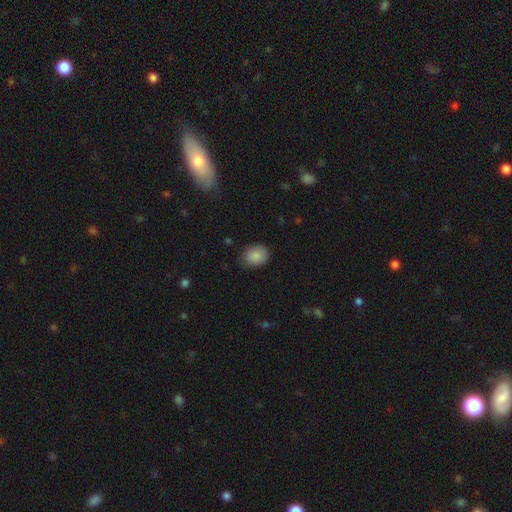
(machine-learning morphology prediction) Smooth or featured: smooth — 87% (star or artifact — 8%)
How rounded: in between — 51% (round — 48%)
Merging: none — 74% (minor disturbance — 21%)